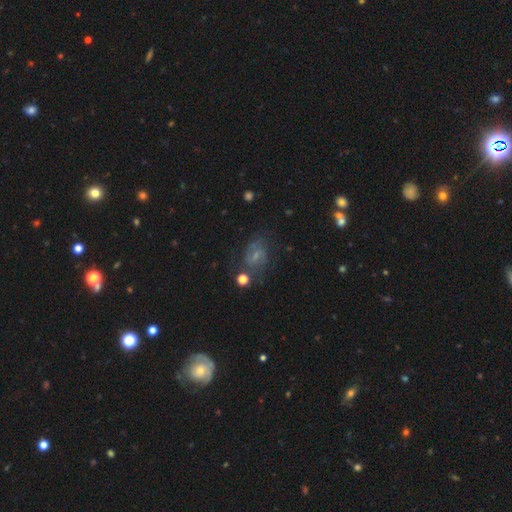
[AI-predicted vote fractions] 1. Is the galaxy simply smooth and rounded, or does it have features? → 56% featured or disk, 26% smooth, 19% star or artifact.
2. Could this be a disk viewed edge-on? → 96% no, 4% yes.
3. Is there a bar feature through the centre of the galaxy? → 48% weak, 41% no, 11% strong.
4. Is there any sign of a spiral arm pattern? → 80% yes, 20% no.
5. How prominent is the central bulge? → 63% small, 23% moderate, 11% none, 2% large, 1% dominant.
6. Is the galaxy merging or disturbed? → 63% none, 20% minor disturbance, 12% major disturbance, 5% merger.